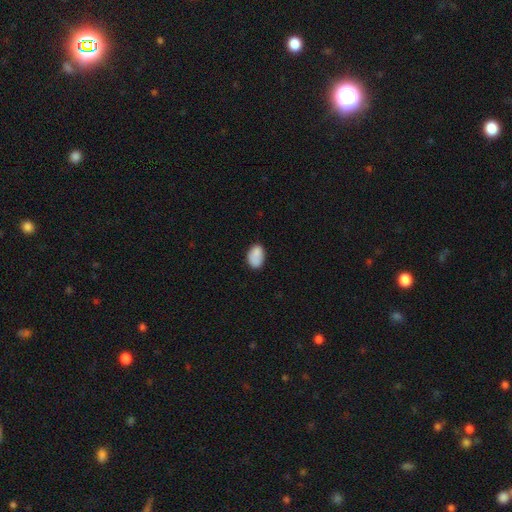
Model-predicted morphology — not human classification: smooth_or_featured: smooth (p=0.84) [alt: featured or disk p=0.08]
how_rounded: in between (p=0.86) [alt: round p=0.13]
merging: none (p=0.68) [alt: minor disturbance p=0.22]